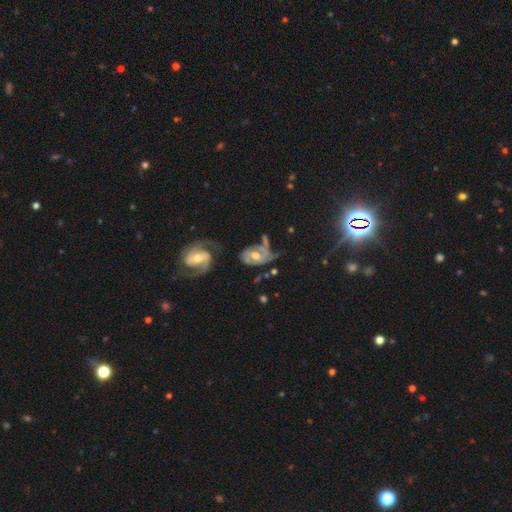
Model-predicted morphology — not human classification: Q: Smooth or featured?
A: featured or disk (74%); runner-up: smooth (17%)
Q: Edge-on disk?
A: no (96%); runner-up: yes (4%)
Q: Bar?
A: no (54%); runner-up: weak (34%)
Q: Spiral arms?
A: yes (83%); runner-up: no (17%)
Q: Spiral winding?
A: medium (43%); runner-up: tight (35%)
Q: Spiral arm count?
A: 2 (60%); runner-up: can't tell (17%)
Q: Bulge size?
A: moderate (69%); runner-up: small (18%)
Q: Merging?
A: none (30%); runner-up: major disturbance (27%)